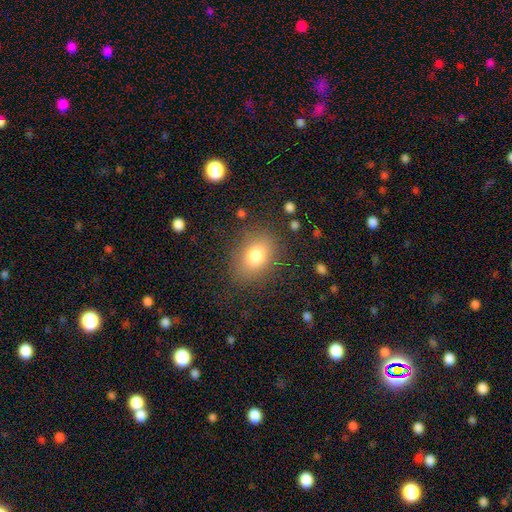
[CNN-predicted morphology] smooth 78%, star or artifact 11%, featured or disk 11%. Down the decision tree: how rounded — in between (62%); merging — none (82%).